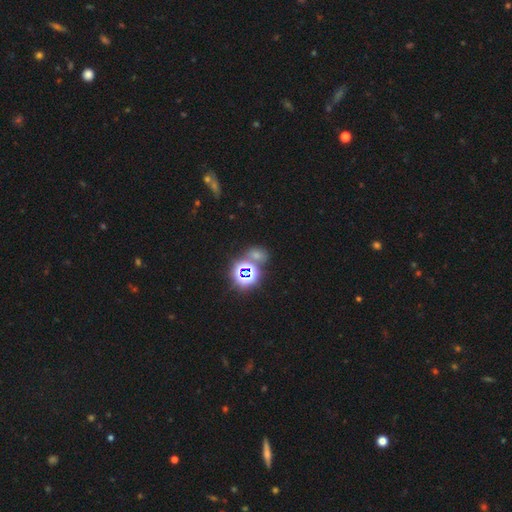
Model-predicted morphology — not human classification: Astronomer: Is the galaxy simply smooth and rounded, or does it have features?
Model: star or artifact — 67%.